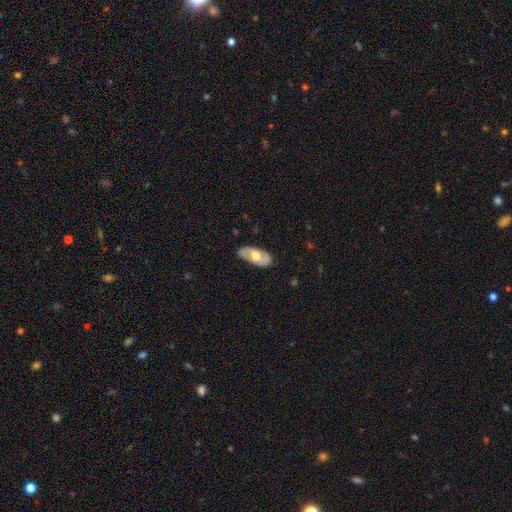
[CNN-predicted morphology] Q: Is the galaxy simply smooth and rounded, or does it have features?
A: featured or disk — 49%.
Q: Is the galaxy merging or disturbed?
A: none — 80%.